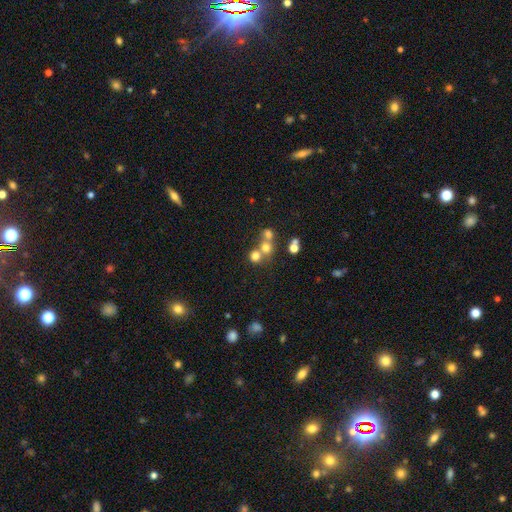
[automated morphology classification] smooth 67%, star or artifact 19%, featured or disk 14%. Down the decision tree: how rounded — round (88%); merging — none (46%).